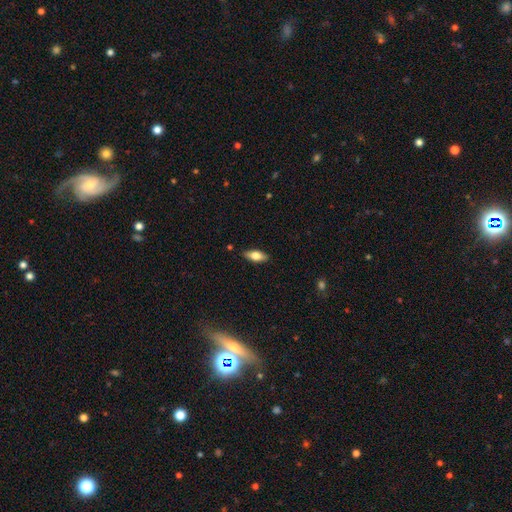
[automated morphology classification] Smooth or featured? Predicted: smooth (p=0.70). How rounded? Predicted: in between (p=0.79). Merging? Predicted: none (p=0.87).